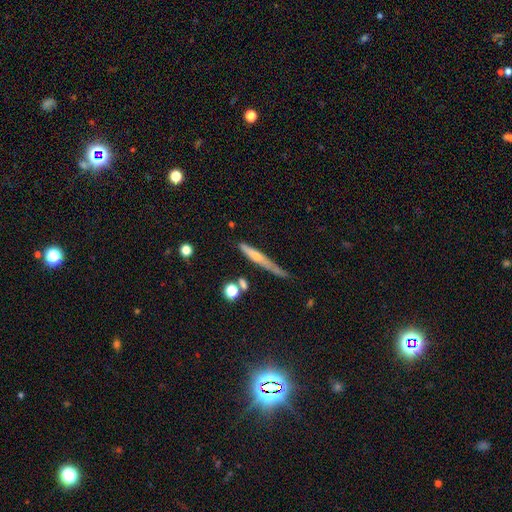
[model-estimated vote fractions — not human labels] A featured or disk galaxy (49%).

Vote fractions:
- Smooth or featured? featured or disk: 49% / smooth: 42% / star or artifact: 9%
- Merging? none: 64% / minor disturbance: 24% / major disturbance: 7% / merger: 6%